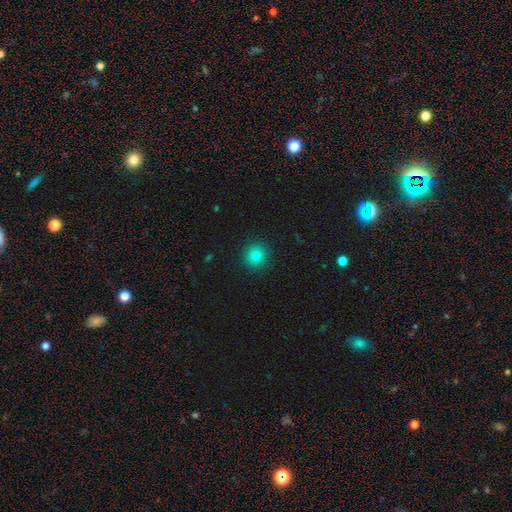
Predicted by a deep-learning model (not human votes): A smooth galaxy with no disk features (79%) that is round (93%). Merging: none (92%).